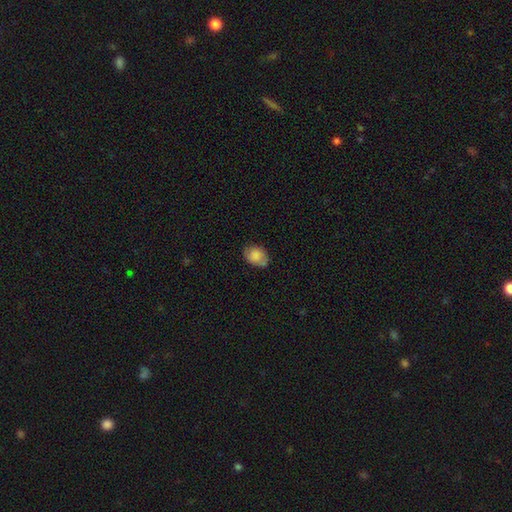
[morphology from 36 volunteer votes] Q: Smooth or featured?
A: smooth (83%); runner-up: featured or disk (14%)
Q: How rounded?
A: in between (70%); runner-up: round (30%)
Q: Merging?
A: none (74%); runner-up: minor disturbance (14%)